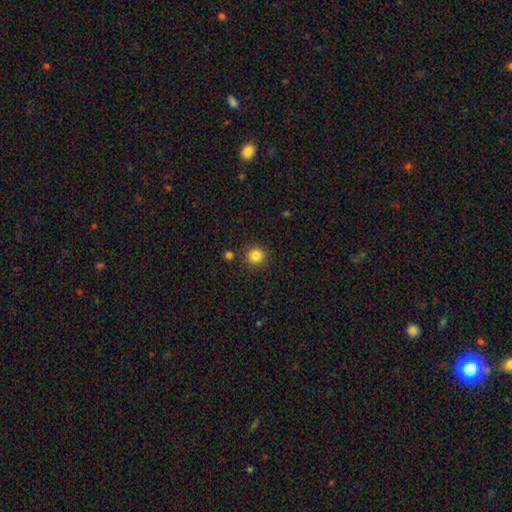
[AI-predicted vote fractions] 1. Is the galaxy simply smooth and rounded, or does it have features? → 84% smooth, 11% star or artifact, 5% featured or disk.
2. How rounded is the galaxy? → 92% round, 7% in between, 1% cigar-shaped.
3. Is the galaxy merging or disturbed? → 87% none, 7% minor disturbance, 4% merger, 2% major disturbance.